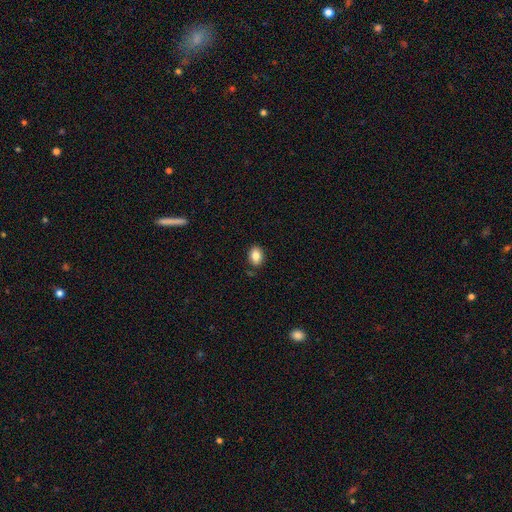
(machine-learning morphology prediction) Q: Smooth or featured?
A: smooth (84%); runner-up: star or artifact (9%)
Q: How rounded?
A: in between (74%); runner-up: round (25%)
Q: Merging?
A: none (85%); runner-up: minor disturbance (10%)